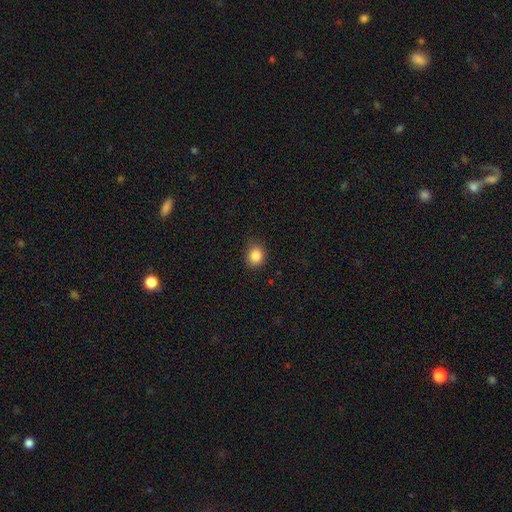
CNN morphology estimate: Smooth or featured: smooth — 85% (star or artifact — 10%)
How rounded: round — 72% (in between — 28%)
Merging: none — 84% (minor disturbance — 13%)